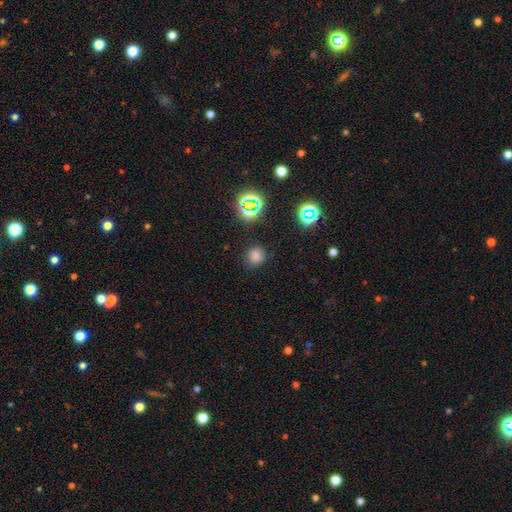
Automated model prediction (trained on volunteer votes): The model was most divided on "smooth or featured": smooth: 72%, star or artifact: 22%, featured or disk: 6%. More confident: how rounded — round (82%); merging — none (82%).